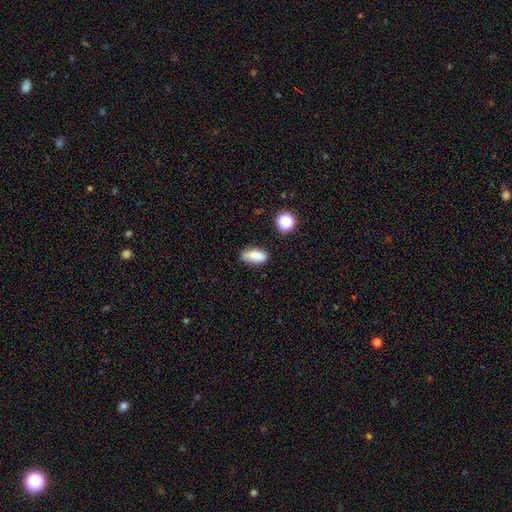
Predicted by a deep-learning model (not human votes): smooth 83%, star or artifact 10%, featured or disk 7%. Down the decision tree: how rounded — in between (82%); merging — none (76%).